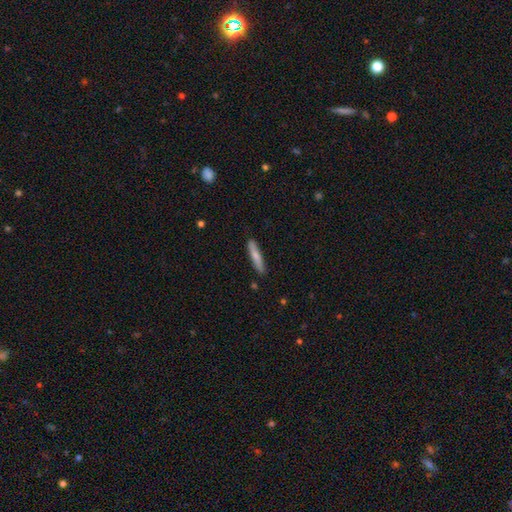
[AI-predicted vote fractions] Morphology: type=smooth (72%); roundness=cigar-shaped (90%); merging=none (86%).